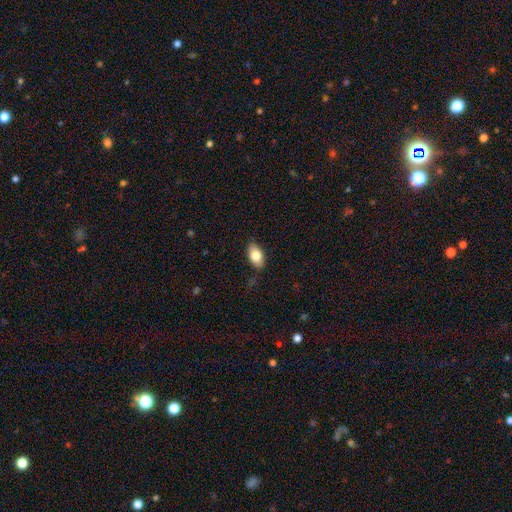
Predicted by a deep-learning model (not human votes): Smooth or featured?
  - smooth: 78% *
  - featured or disk: 15%
  - star or artifact: 7%
How rounded?
  - in between: 90% *
  - round: 6%
  - cigar-shaped: 4%
Merging?
  - none: 84% *
  - minor disturbance: 13%
  - major disturbance: 3%
  - merger: 1%